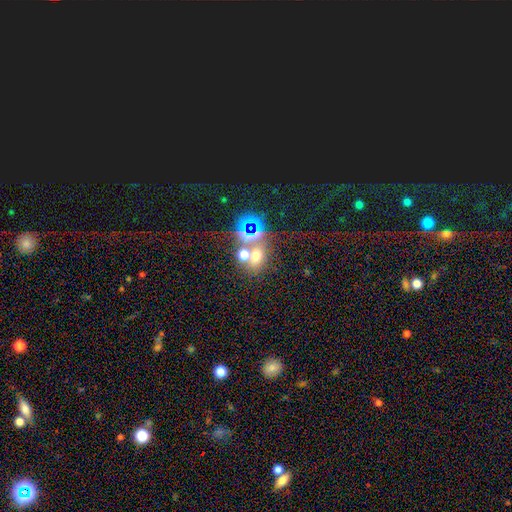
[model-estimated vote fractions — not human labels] This is possibly a smooth galaxy (49%). Merging: possibly none (50%).